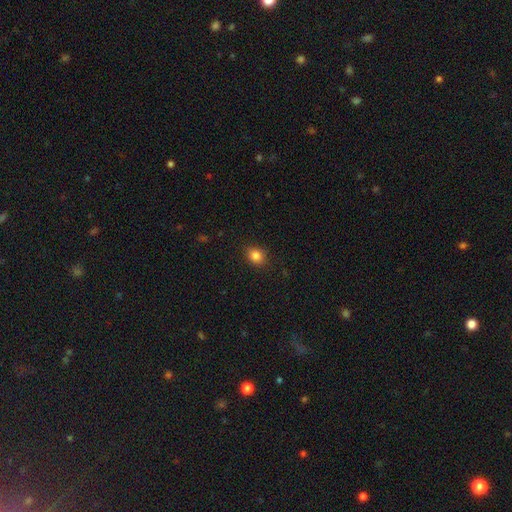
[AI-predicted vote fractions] smooth 84%, star or artifact 11%, featured or disk 5%. Down the decision tree: how rounded — round (63%); merging — none (89%).